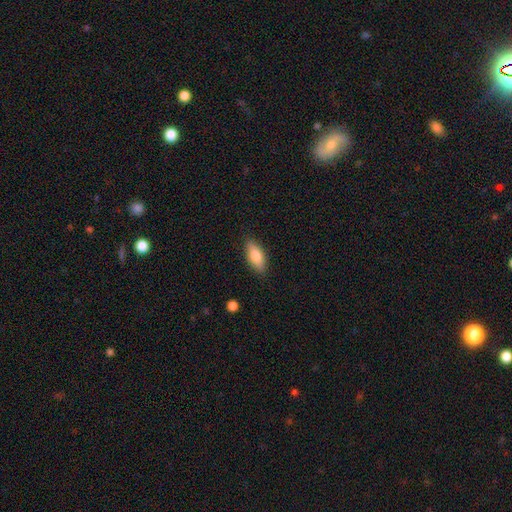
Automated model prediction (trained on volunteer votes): Morphology: type=smooth (76%); roundness=in between (75%); merging=none (86%).